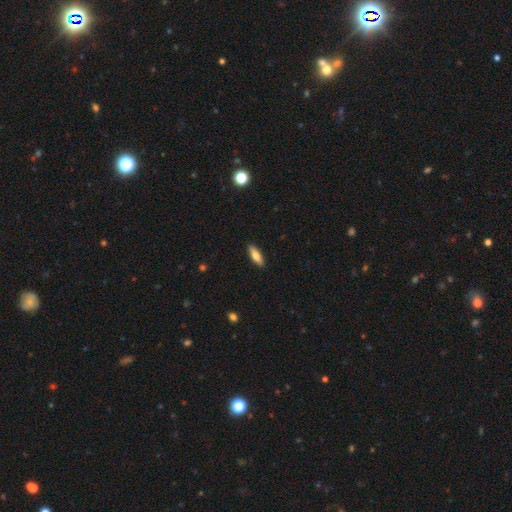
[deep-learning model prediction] Q: Smooth or featured?
A: smooth (76%); runner-up: featured or disk (18%)
Q: How rounded?
A: in between (52%); runner-up: cigar-shaped (46%)
Q: Merging?
A: none (90%); runner-up: minor disturbance (8%)